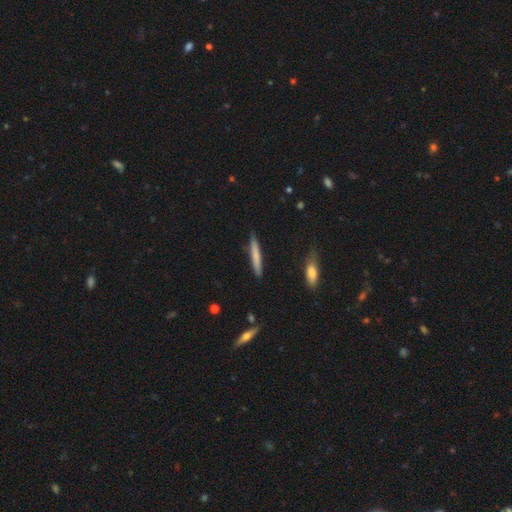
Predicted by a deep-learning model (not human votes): Overall: smooth (72%). How rounded: cigar-shaped (94%). Merging: none (88%).